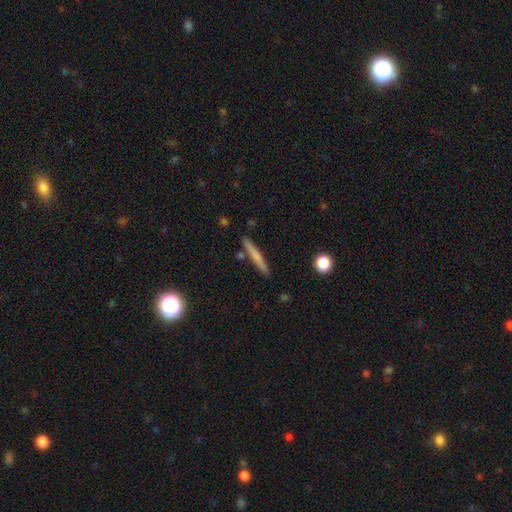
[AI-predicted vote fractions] The model was most divided on "smooth or featured": smooth: 61%, featured or disk: 33%, star or artifact: 6%. More confident: how rounded — cigar-shaped (95%); merging — none (87%).